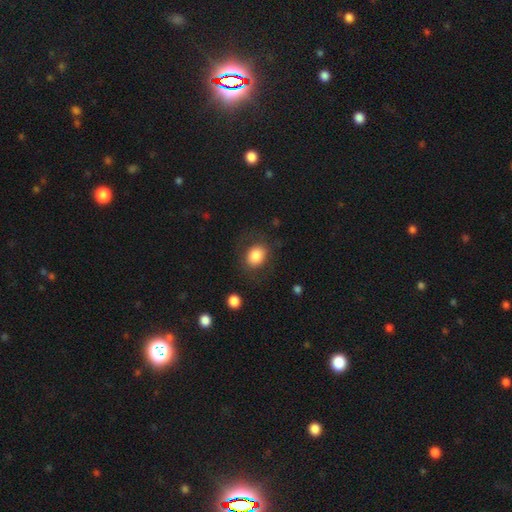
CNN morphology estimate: Overall: smooth (82%). How rounded: in between (51%; round 48%). Merging: none (73%).